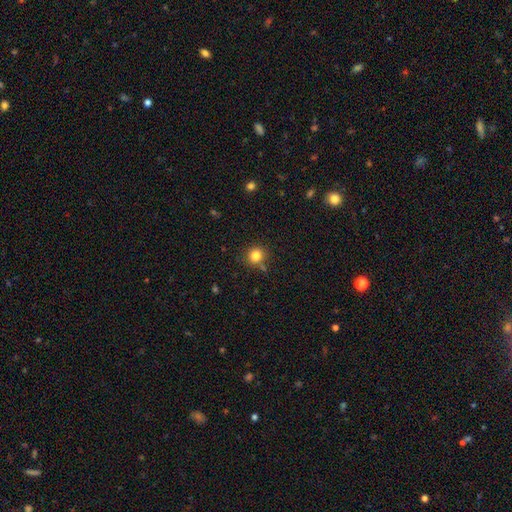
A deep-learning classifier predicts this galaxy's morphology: smooth 82%, star or artifact 13%, featured or disk 6%. Down the decision tree: how rounded — round (87%); merging — none (79%).